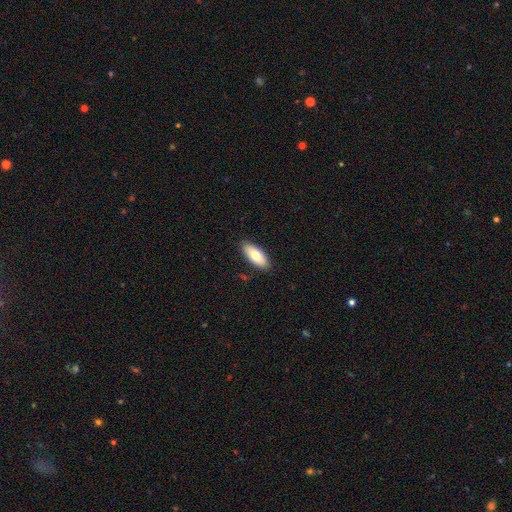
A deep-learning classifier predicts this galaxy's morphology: A smooth galaxy with no disk features (74%) that is in between round and cigar-shaped (84%).

Vote fractions:
- Smooth or featured? smooth: 74% / featured or disk: 20% / star or artifact: 6%
- How rounded? in between: 84% / cigar-shaped: 14% / round: 2%
- Merging? none: 88% / minor disturbance: 9% / major disturbance: 2% / merger: 1%